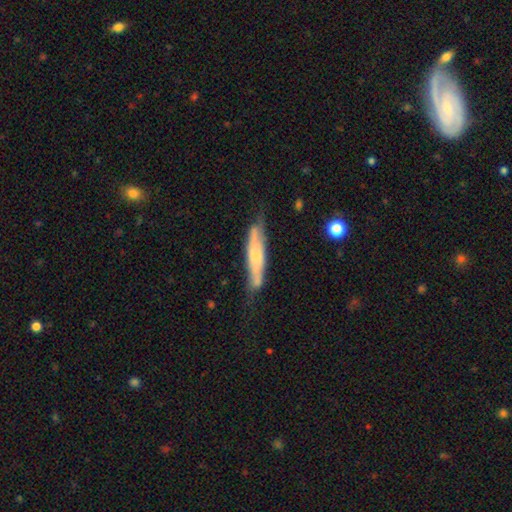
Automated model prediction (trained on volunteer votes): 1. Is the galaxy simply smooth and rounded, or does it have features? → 51% featured or disk, 43% smooth, 6% star or artifact.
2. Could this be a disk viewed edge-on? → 67% yes, 33% no.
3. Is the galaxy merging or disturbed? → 58% none, 29% minor disturbance, 9% major disturbance, 4% merger.